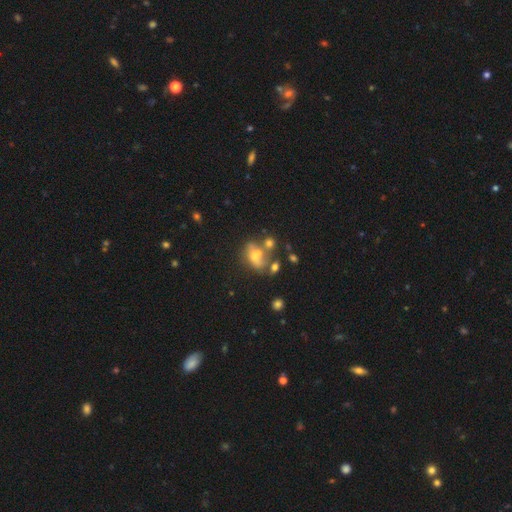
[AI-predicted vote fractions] This appears to be a smooth galaxy with no disk features (51%) that is in between round and cigar-shaped (70%). Merging: merger (34%).